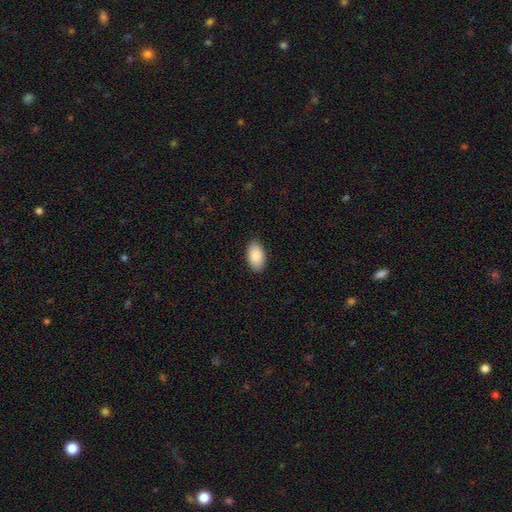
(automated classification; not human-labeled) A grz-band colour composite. It shows a smooth galaxy with no disk features (88%) that is in between round and cigar-shaped (95%). Merging: none (88%).